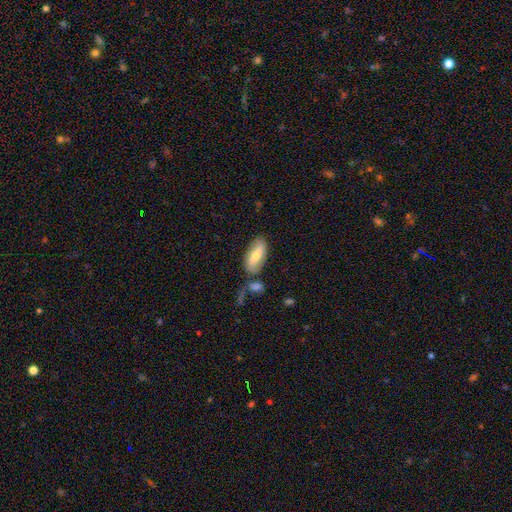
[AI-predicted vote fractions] This is likely a smooth galaxy (61%). How rounded: clearly in between (84%). Merging: likely none (66%).